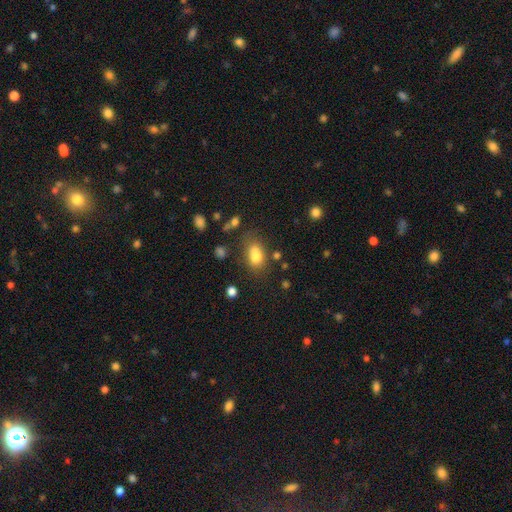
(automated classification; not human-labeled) Q: Smooth or featured?
A: smooth (78%); runner-up: star or artifact (11%)
Q: How rounded?
A: in between (80%); runner-up: round (17%)
Q: Merging?
A: none (53%); runner-up: minor disturbance (21%)